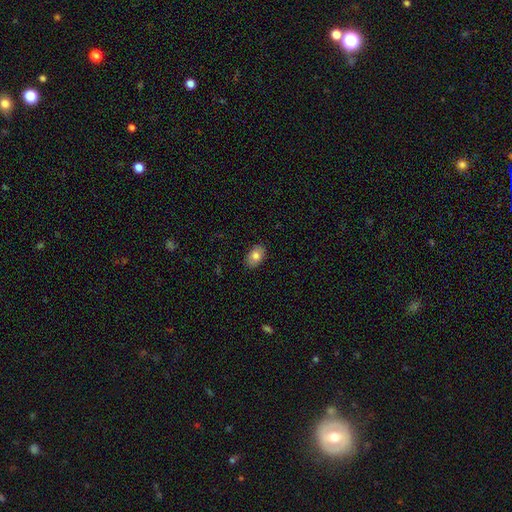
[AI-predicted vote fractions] A smooth galaxy with no disk features (80%) that is in between round and cigar-shaped (88%). Merging: none (87%).